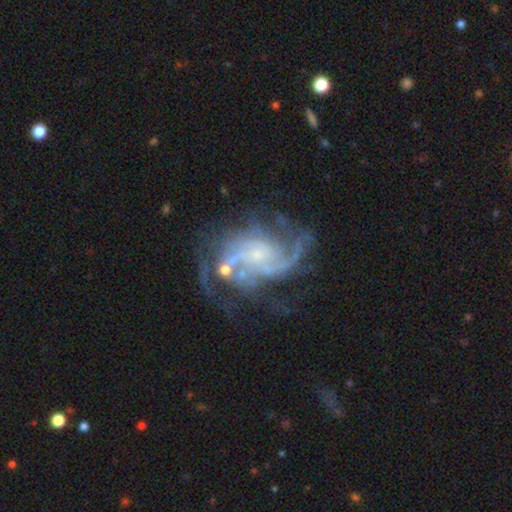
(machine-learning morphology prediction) This is clearly a featured or disk galaxy (88%). It is clearly not viewed edge-on (98%). Bar: likely no (62%). Spiral arm pattern: clearly yes (96%). Spiral arm count: marginally 2 (34%). Spiral winding: possibly medium (47%). Central bulge: likely small (68%). Merging: possibly none (49%).